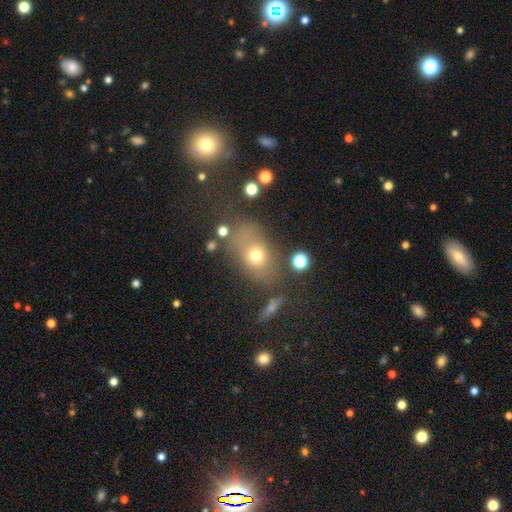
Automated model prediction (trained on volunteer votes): Overall: smooth (66%). How rounded: in between (66%; round 31%). Merging: none (52%; minor disturbance 19%).